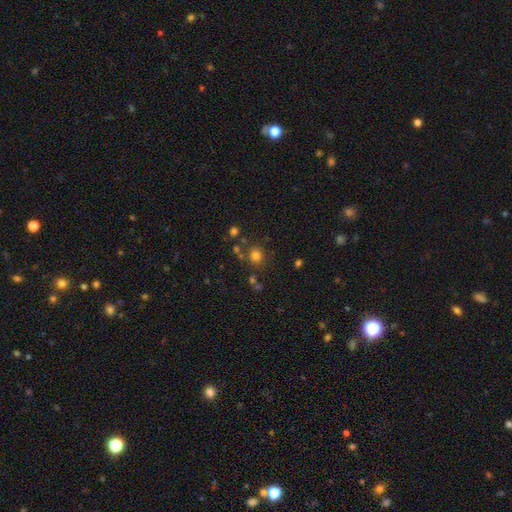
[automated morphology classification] Smooth or featured?
  - smooth: 75% *
  - star or artifact: 18%
  - featured or disk: 7%
How rounded?
  - round: 87% *
  - in between: 12%
  - cigar-shaped: 1%
Merging?
  - none: 76% *
  - merger: 10%
  - minor disturbance: 10%
  - major disturbance: 4%